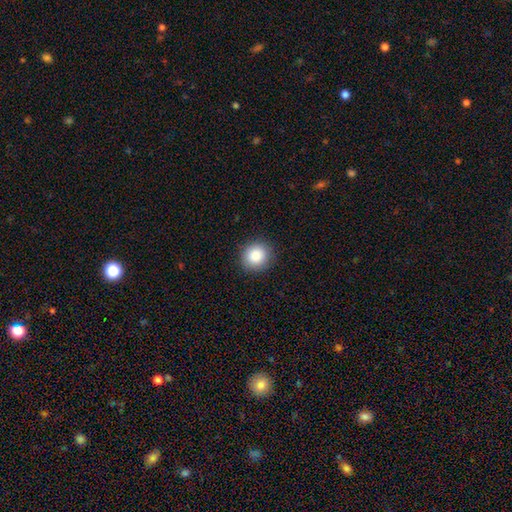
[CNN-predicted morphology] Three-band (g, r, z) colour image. It shows a smooth galaxy with no disk features (86%) that is round (90%). Merging: none (90%).